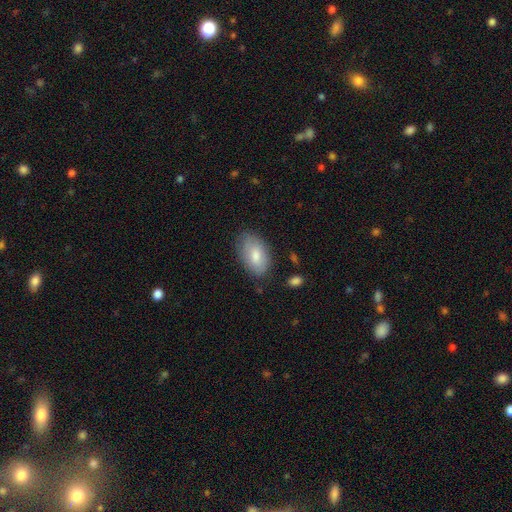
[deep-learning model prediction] Smooth or featured? smooth (79%)
How rounded? in between (93%)
Merging? none (75%)